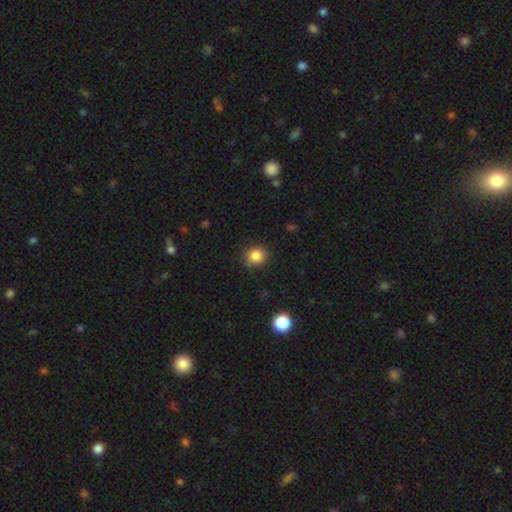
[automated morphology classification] type=smooth (84%); roundness=round (87%); merging=none (86%).